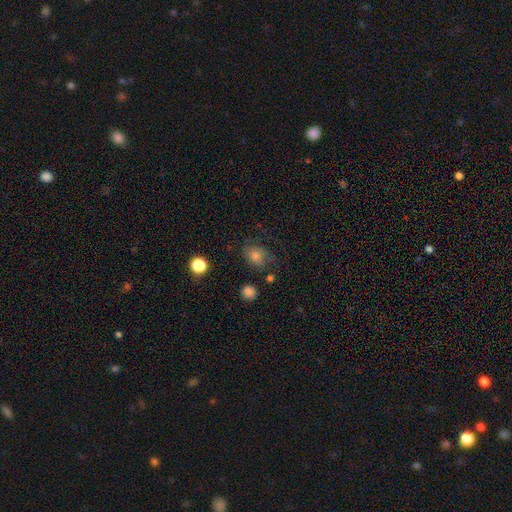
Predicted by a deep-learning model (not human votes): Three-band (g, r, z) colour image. It shows a smooth galaxy with no disk features (60%) that is round (56%). Merging: none (61%).